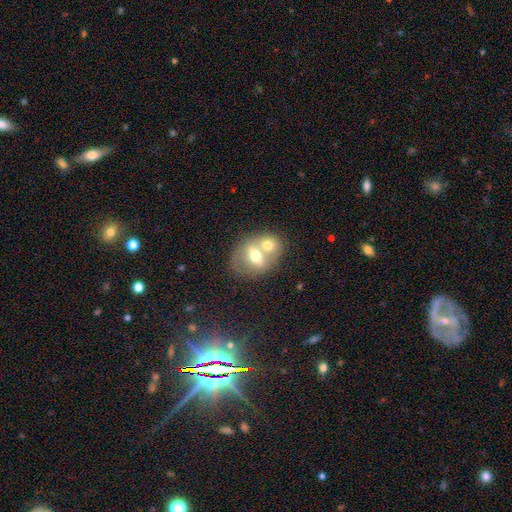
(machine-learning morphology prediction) Smooth or featured? Predicted: smooth (p=0.55). How rounded? Predicted: in between (p=0.51). Merging? Predicted: merger (p=0.61).